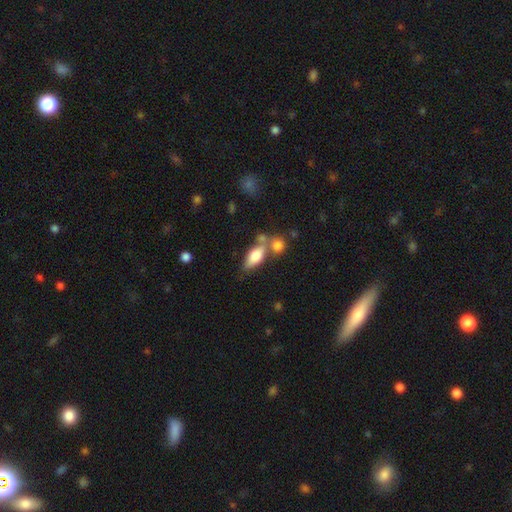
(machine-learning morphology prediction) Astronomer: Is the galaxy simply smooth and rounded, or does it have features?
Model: smooth — 74%.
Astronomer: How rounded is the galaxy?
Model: in between — 80%.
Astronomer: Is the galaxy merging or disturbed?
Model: none — 48% (runner-up: merger, 32%).